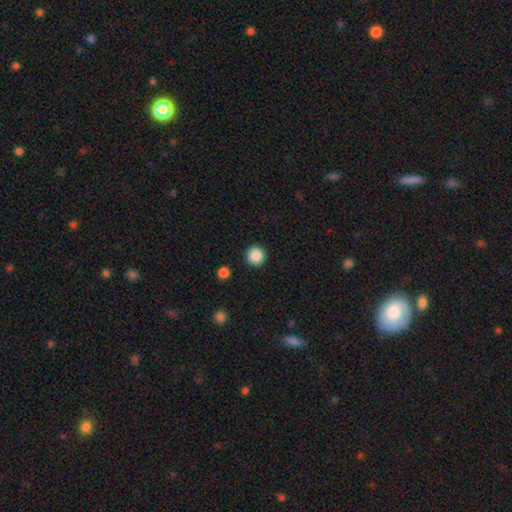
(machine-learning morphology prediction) smooth-or-featured: smooth: 88% | star or artifact: 9% | featured or disk: 3%
  how-rounded: round: 96% | in between: 3% | cigar-shaped: 1%
  merging: none: 93% | minor disturbance: 4% | major disturbance: 2% | merger: 1%